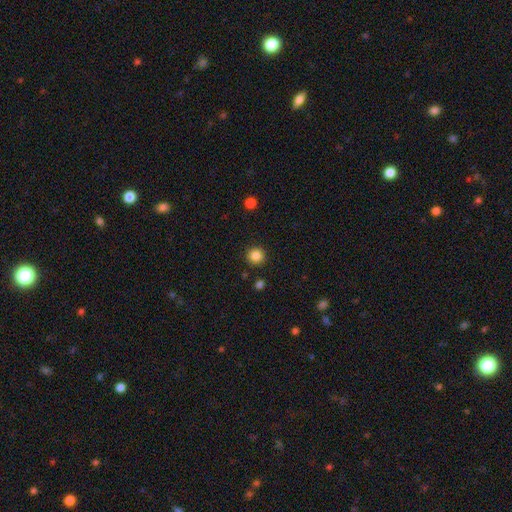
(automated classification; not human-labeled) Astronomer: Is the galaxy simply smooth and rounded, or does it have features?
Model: smooth — 85%.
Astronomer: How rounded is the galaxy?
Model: round — 95%.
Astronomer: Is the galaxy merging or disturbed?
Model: none — 91%.